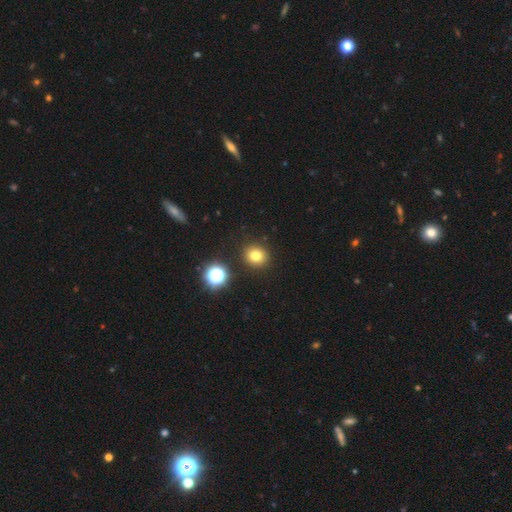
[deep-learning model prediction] smooth_or_featured: smooth (p=0.77) [alt: star or artifact p=0.16]
how_rounded: round (p=0.82) [alt: in between p=0.17]
merging: none (p=0.89) [alt: minor disturbance p=0.06]